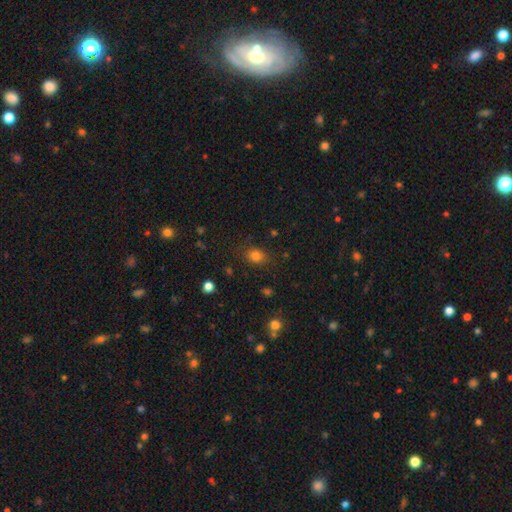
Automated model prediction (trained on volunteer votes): Smooth or featured? Predicted: smooth (p=0.79). How rounded? Predicted: round (p=0.53). Merging? Predicted: none (p=0.80).